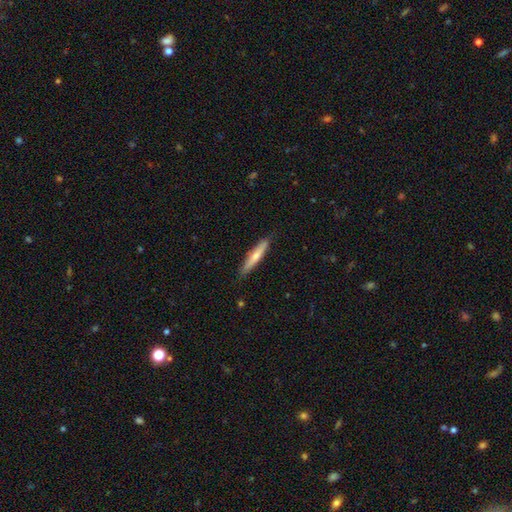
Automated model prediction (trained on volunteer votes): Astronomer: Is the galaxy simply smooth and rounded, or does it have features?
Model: smooth — 62%.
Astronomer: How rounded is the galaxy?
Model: cigar-shaped — 91%.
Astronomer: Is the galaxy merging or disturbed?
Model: none — 86%.